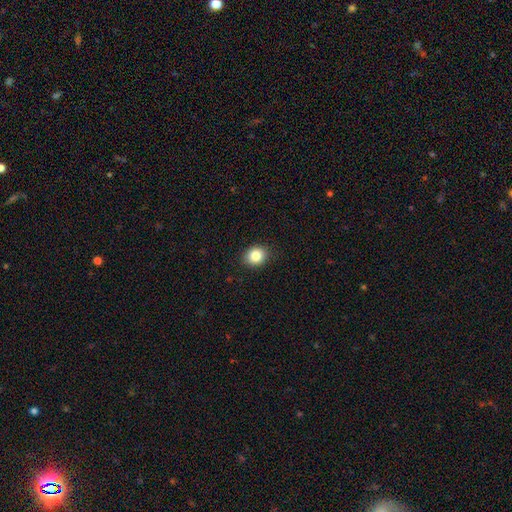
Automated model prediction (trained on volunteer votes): This appears to be a smooth galaxy with no disk features (85%) that is round (64%). Merging: none (89%).